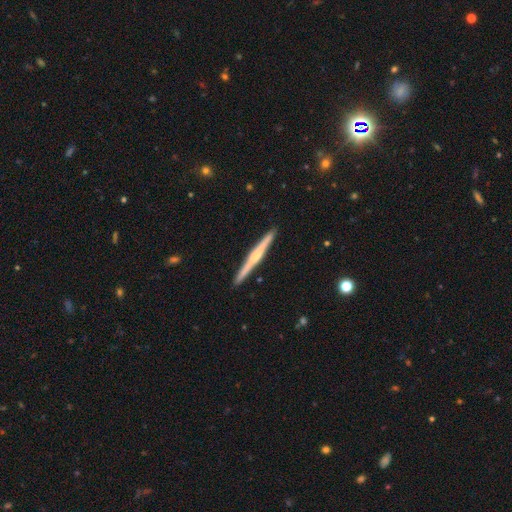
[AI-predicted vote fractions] smooth-or-featured: featured or disk: 70% | smooth: 25% | star or artifact: 5%
  disk-edge-on: yes: 98% | no: 2%
    edge-on-bulge: rounded: 62% | none: 22% | boxy: 16%
  merging: none: 92% | minor disturbance: 6% | major disturbance: 1% | merger: 1%